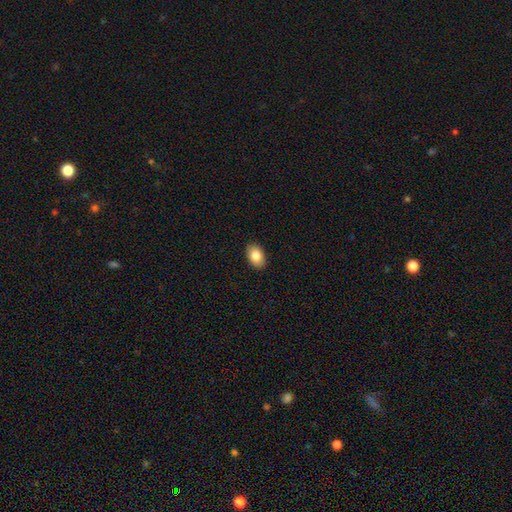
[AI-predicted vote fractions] A smooth galaxy with no disk features (84%) that is in between round and cigar-shaped (89%). Merging: none (90%).